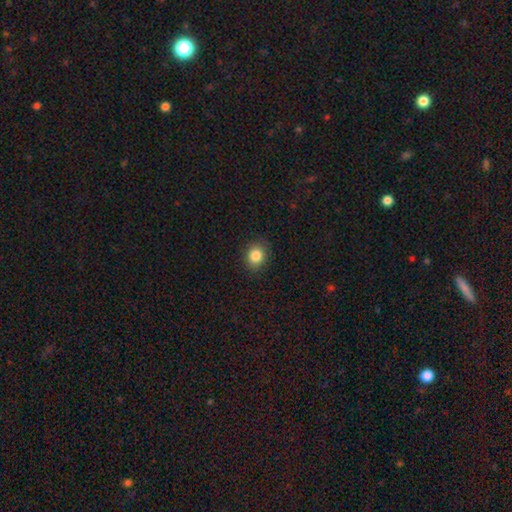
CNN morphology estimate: smooth_or_featured: smooth (p=0.84) [alt: star or artifact p=0.10]
how_rounded: round (p=0.68) [alt: in between p=0.31]
merging: none (p=0.87) [alt: minor disturbance p=0.09]